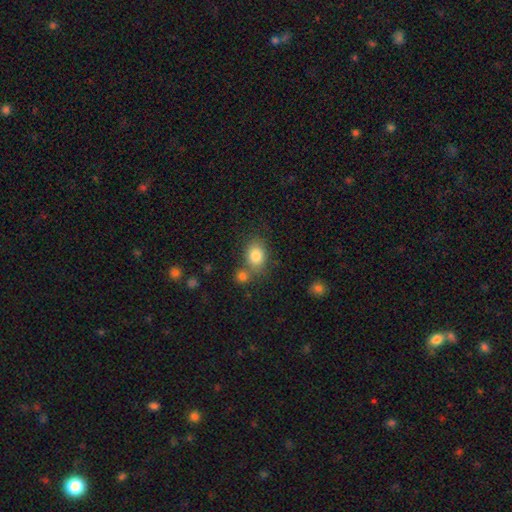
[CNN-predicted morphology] A smooth galaxy with no disk features (83%) that is in between round and cigar-shaped (61%). Merging: none (58%).